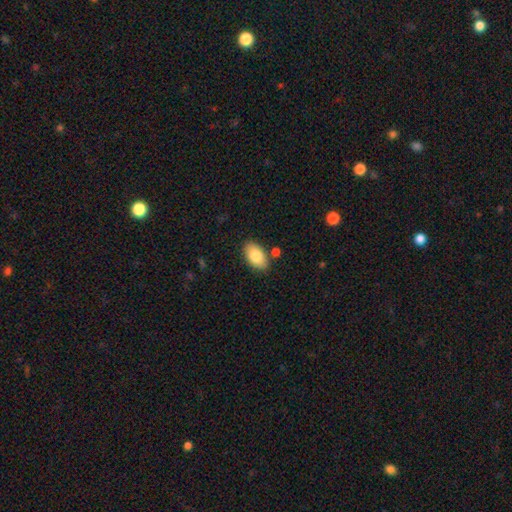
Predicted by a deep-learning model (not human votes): A smooth galaxy with no disk features (81%) that is in between round and cigar-shaped (94%).

Vote fractions:
- Smooth or featured? smooth: 81% / featured or disk: 13% / star or artifact: 7%
- How rounded? in between: 94% / round: 5% / cigar-shaped: 2%
- Merging? none: 81% / minor disturbance: 11% / merger: 5% / major disturbance: 2%